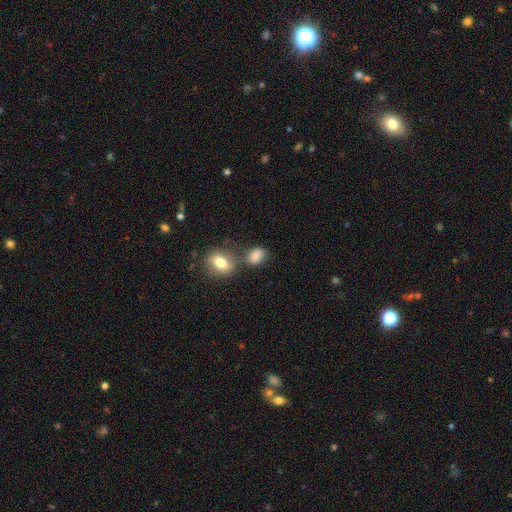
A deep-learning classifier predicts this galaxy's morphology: smooth 82%, star or artifact 10%, featured or disk 8%. Down the decision tree: how rounded — in between (65%); merging — none (54%).